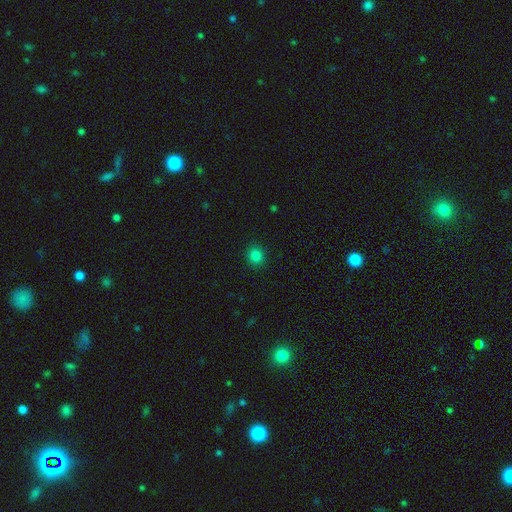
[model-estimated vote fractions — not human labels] Smooth or featured? smooth (82%)
How rounded? round (88%)
Merging? none (92%)